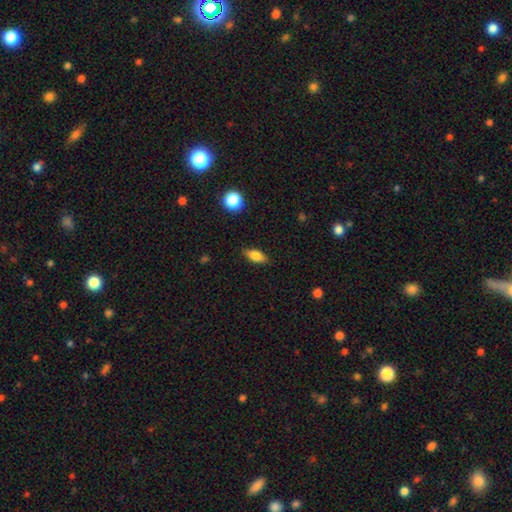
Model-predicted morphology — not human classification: smooth_or_featured: smooth (p=0.80) [alt: featured or disk p=0.12]
how_rounded: in between (p=0.79) [alt: cigar-shaped p=0.16]
merging: none (p=0.83) [alt: minor disturbance p=0.13]